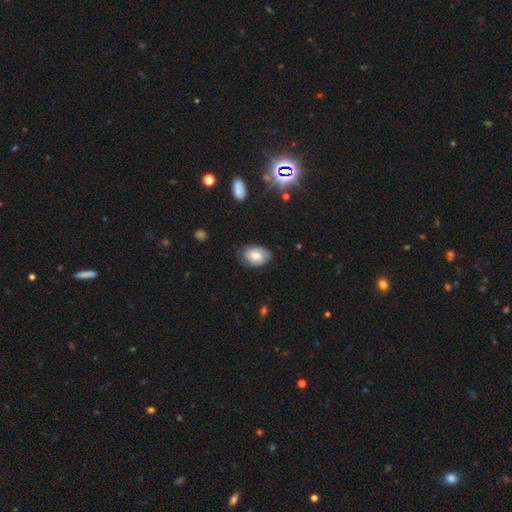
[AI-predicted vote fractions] Smooth or featured? smooth (63%)
How rounded? in between (81%)
Merging? none (73%)